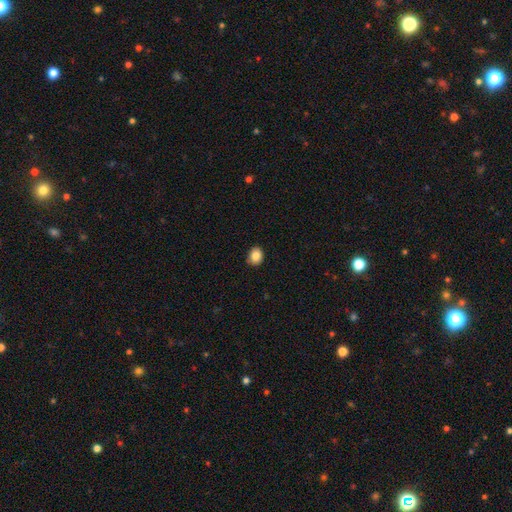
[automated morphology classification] Smooth or featured: smooth — 86% (star or artifact — 9%)
How rounded: round — 57% (in between — 42%)
Merging: none — 85% (minor disturbance — 12%)